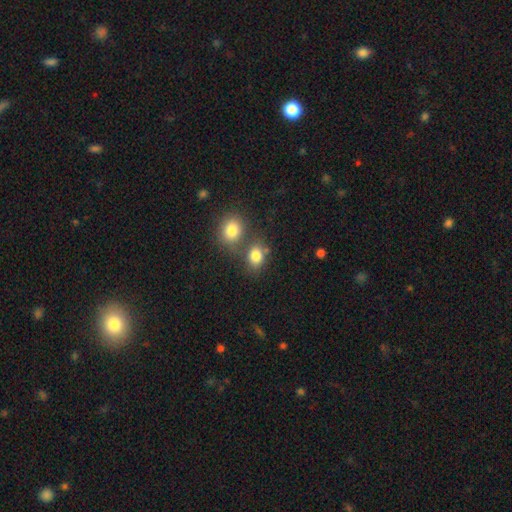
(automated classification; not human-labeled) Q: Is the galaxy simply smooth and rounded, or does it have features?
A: smooth — 81%.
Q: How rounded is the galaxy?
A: round — 50%.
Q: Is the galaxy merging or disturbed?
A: none — 49%.